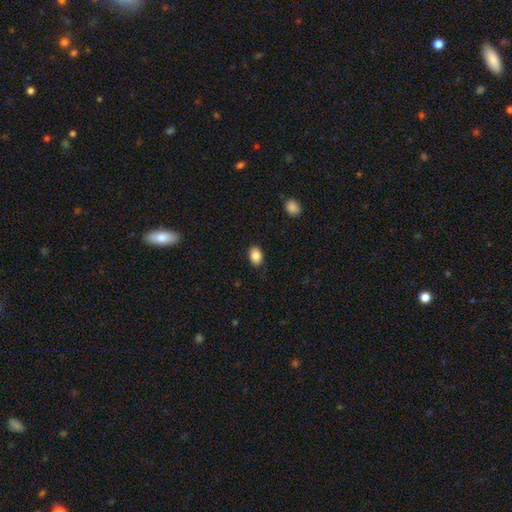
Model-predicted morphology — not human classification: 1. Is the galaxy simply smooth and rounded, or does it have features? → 86% smooth, 8% star or artifact, 6% featured or disk.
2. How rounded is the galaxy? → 82% in between, 17% round, 1% cigar-shaped.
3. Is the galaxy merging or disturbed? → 86% none, 11% minor disturbance, 2% major disturbance, 1% merger.